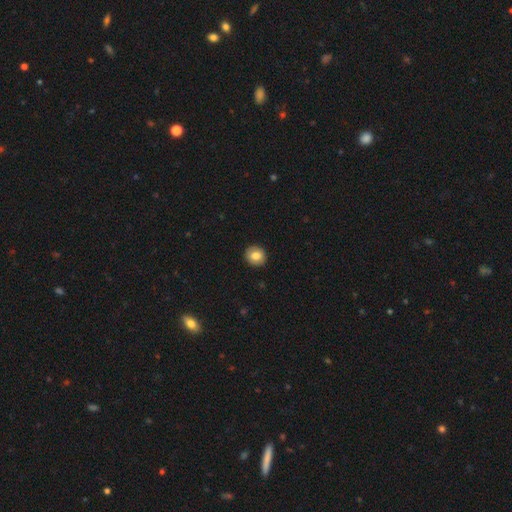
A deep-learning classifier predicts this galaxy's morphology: smooth_or_featured: smooth (p=0.81) [alt: featured or disk p=0.11]
how_rounded: round (p=0.87) [alt: in between p=0.12]
merging: none (p=0.91) [alt: minor disturbance p=0.06]